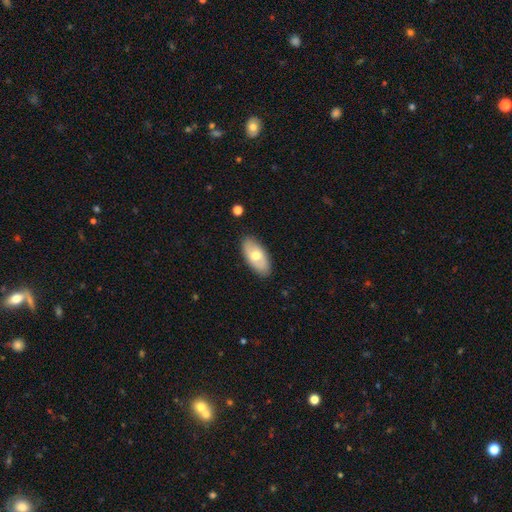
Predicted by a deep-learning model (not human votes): Smooth or featured? smooth (57%)
How rounded? in between (92%)
Merging? none (86%)